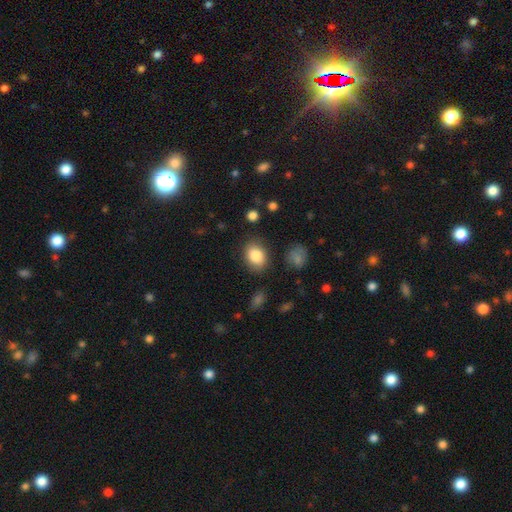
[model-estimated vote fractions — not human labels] Overall: smooth (84%). How rounded: in between (66%; round 33%). Merging: none (80%).